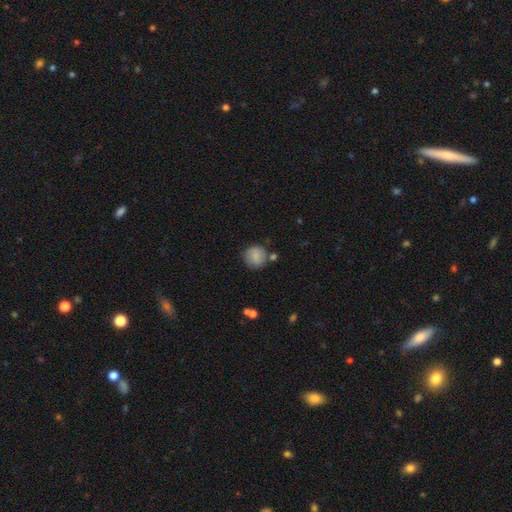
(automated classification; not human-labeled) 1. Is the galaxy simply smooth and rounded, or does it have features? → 80% smooth, 12% featured or disk, 8% star or artifact.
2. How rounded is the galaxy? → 89% round, 10% in between, 1% cigar-shaped.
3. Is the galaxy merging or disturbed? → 74% none, 14% minor disturbance, 7% merger, 4% major disturbance.